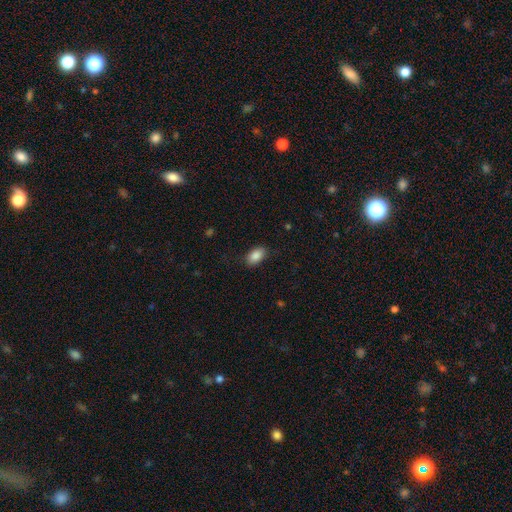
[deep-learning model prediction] Overall: smooth (88%). How rounded: in between (90%). Merging: none (85%).